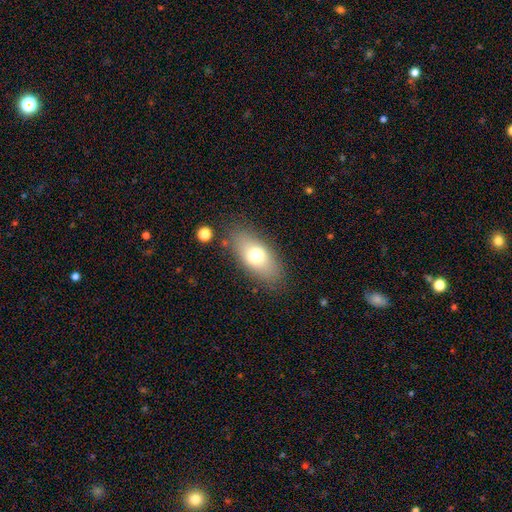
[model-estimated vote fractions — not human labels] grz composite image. It shows a smooth galaxy with no disk features (69%) that is in between round and cigar-shaped (84%). Merging: none (82%).